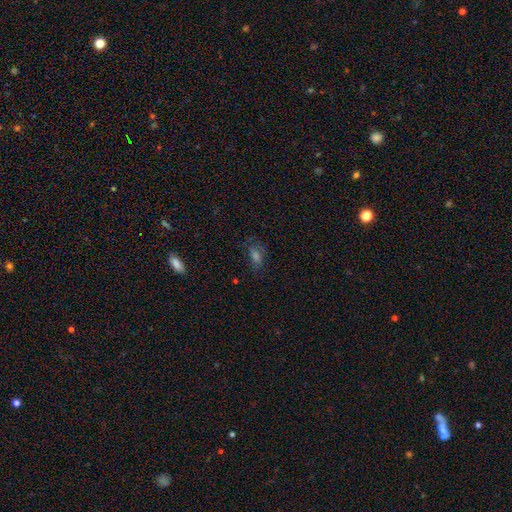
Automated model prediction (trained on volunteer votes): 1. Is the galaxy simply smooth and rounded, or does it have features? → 50% smooth, 27% star or artifact, 23% featured or disk.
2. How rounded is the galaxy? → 80% in between, 13% round, 8% cigar-shaped.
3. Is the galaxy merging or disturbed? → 65% none, 20% minor disturbance, 12% major disturbance, 2% merger.